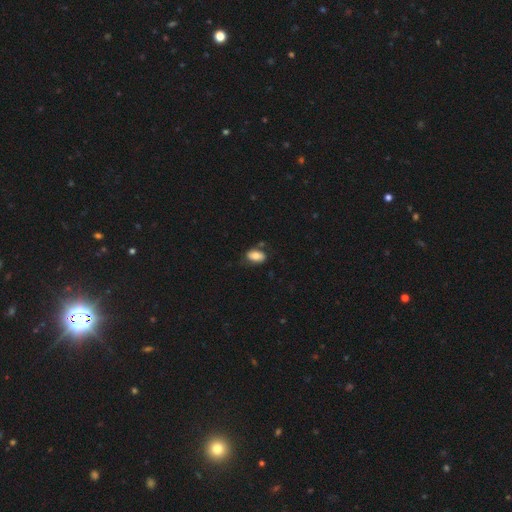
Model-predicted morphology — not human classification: Smooth or featured?
  - smooth: 74% *
  - featured or disk: 18%
  - star or artifact: 7%
How rounded?
  - in between: 91% *
  - round: 7%
  - cigar-shaped: 2%
Merging?
  - none: 67% *
  - minor disturbance: 22%
  - major disturbance: 7%
  - merger: 4%